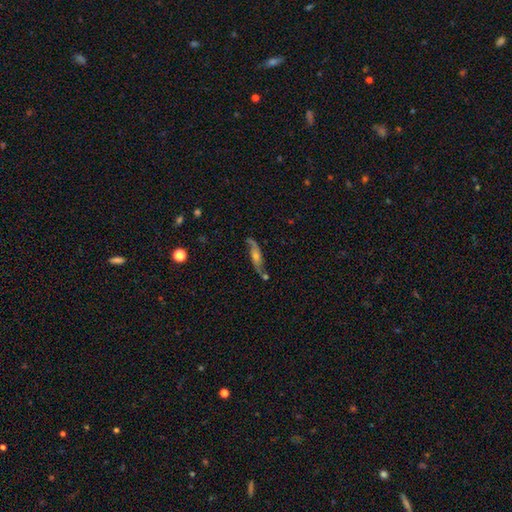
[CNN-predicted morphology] A featured or disk galaxy (71%) with no bar (64%), spiral arms (90%) and a moderate central bulge (49%).

Vote fractions:
- Smooth or featured? featured or disk: 71% / smooth: 20% / star or artifact: 9%
- Edge-on disk? no: 73% / yes: 27%
- Bar? no: 64% / weak: 27% / strong: 8%
- Spiral arms? yes: 90% / no: 10%
- Bulge size? moderate: 49% / small: 36% / large: 7% / none: 6% / dominant: 2%
- Merging? none: 67% / minor disturbance: 19% / major disturbance: 8% / merger: 6%